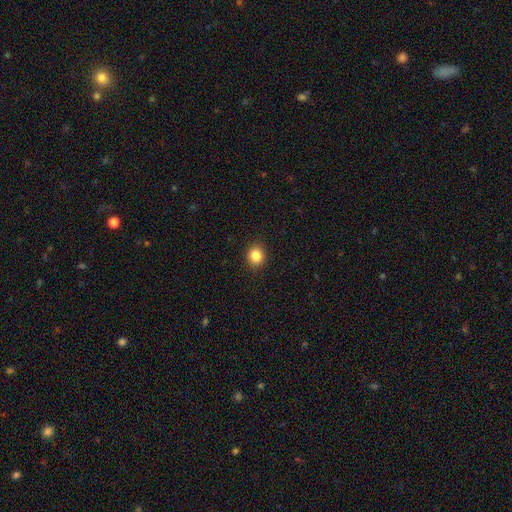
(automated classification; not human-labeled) smooth_or_featured: smooth (p=0.85) [alt: star or artifact p=0.11]
how_rounded: round (p=0.81) [alt: in between p=0.18]
merging: none (p=0.91) [alt: minor disturbance p=0.06]